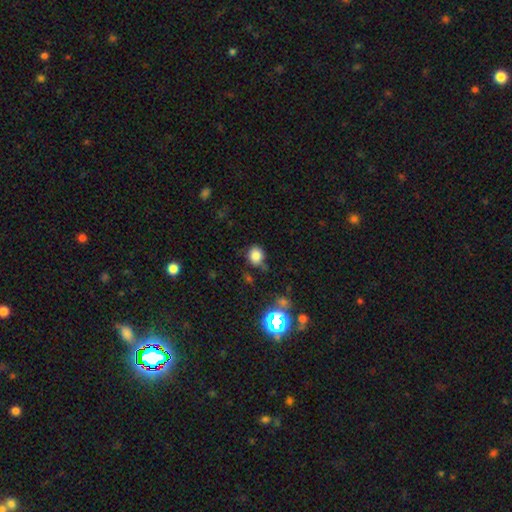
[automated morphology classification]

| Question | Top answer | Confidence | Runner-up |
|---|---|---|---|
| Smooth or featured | smooth | 80% | star or artifact (14%) |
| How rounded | round | 70% | in between (29%) |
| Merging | none | 69% | minor disturbance (21%) |